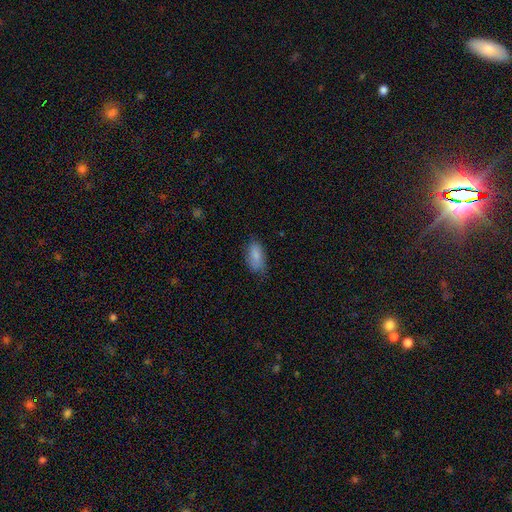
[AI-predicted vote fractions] This appears to be a smooth galaxy with no disk features (84%) that is in between round and cigar-shaped (92%). Merging: none (72%).